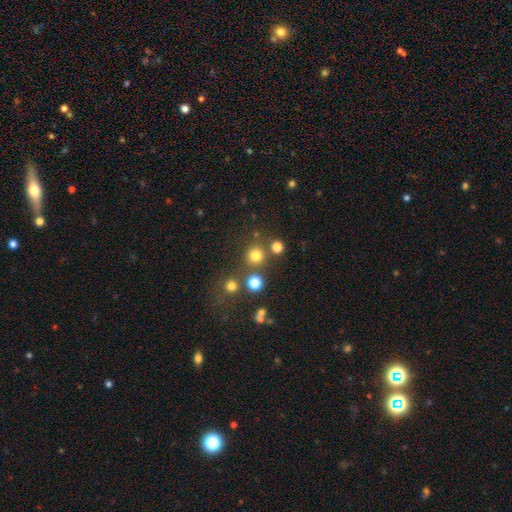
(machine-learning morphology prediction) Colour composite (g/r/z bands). It shows a smooth galaxy with no disk features (76%) that is round (92%). Merging: none (78%).